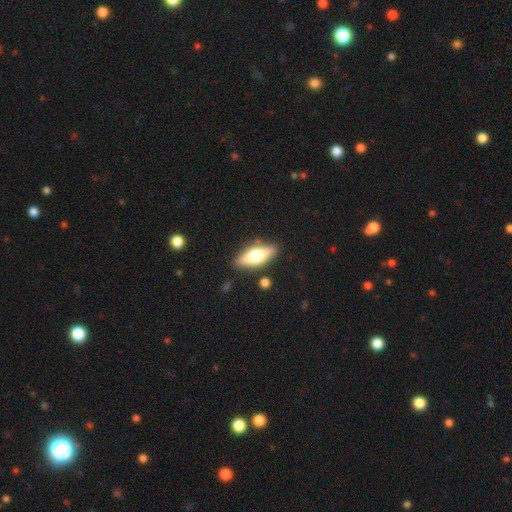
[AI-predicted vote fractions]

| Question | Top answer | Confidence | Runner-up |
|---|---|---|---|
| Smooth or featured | featured or disk | 50% | smooth (44%) |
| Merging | none | 84% | minor disturbance (10%) |